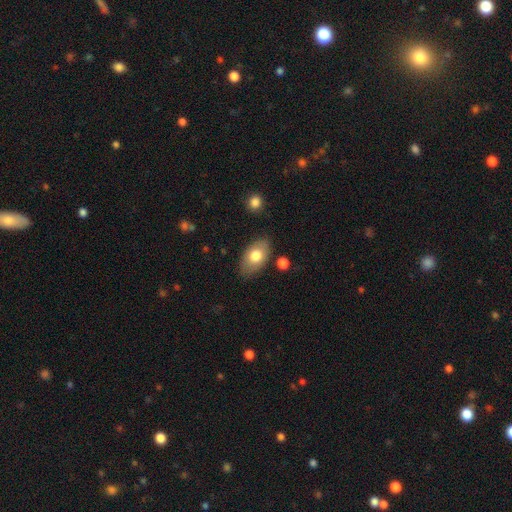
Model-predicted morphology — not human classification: This appears to be a smooth galaxy with no disk features (74%) that is in between round and cigar-shaped (92%). Merging: none (82%).